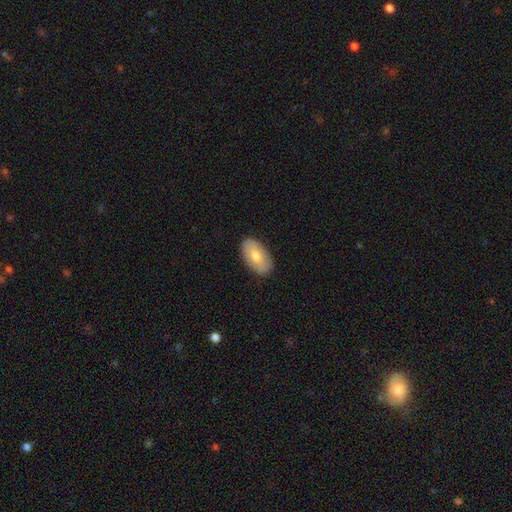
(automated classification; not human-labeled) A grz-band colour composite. It shows a smooth galaxy with no disk features (71%) that is in between round and cigar-shaped (94%). Merging: none (87%).